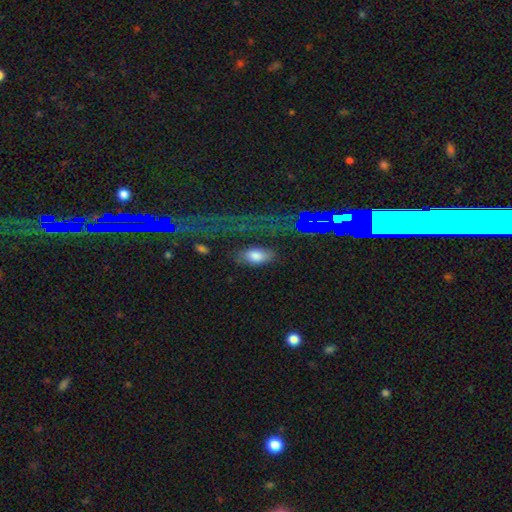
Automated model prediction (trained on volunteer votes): Overall: smooth (74%). How rounded: in between (89%). Merging: none (61%).